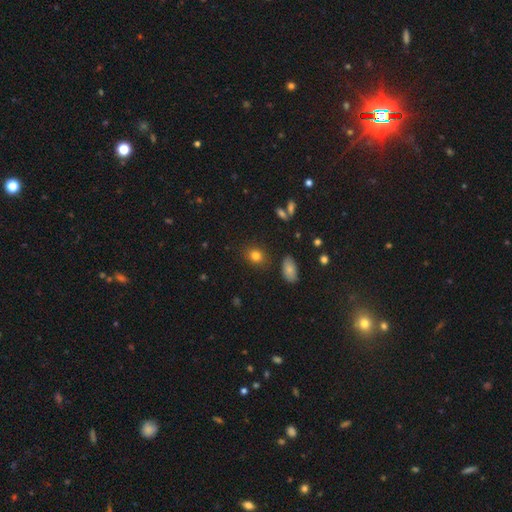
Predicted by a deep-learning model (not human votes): smooth-or-featured: smooth: 81% | star or artifact: 12% | featured or disk: 7%
  how-rounded: round: 57% | in between: 41% | cigar-shaped: 1%
  merging: none: 84% | minor disturbance: 10% | major disturbance: 3% | merger: 3%